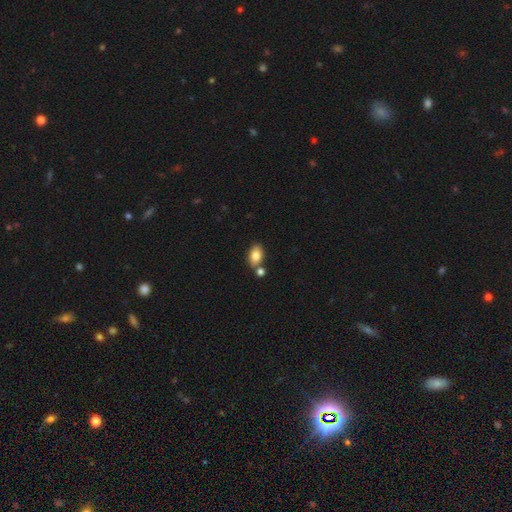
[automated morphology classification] The model was most divided on "merging": none: 68%, merger: 18%, minor disturbance: 12%, major disturbance: 3%. More confident: how rounded — in between (88%); smooth or featured — smooth (82%).